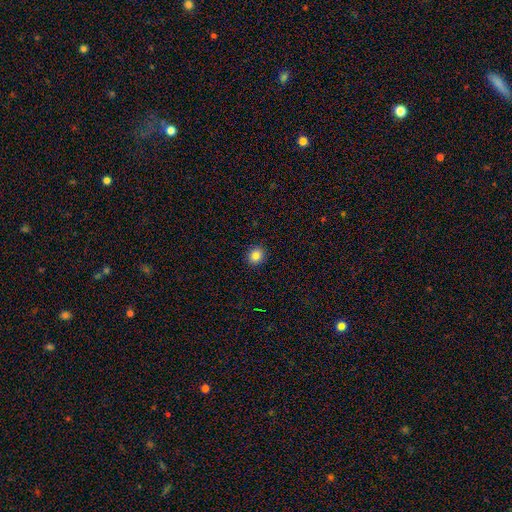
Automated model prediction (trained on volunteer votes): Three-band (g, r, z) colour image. It shows a smooth galaxy with no disk features (85%) that is round (82%). Merging: none (92%).